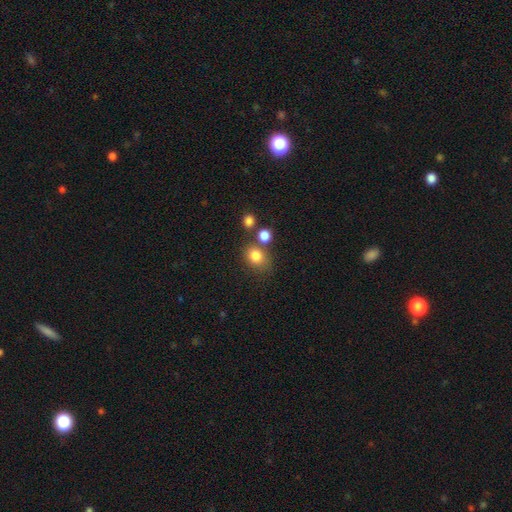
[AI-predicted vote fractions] Smooth or featured? Predicted: smooth (p=0.81). How rounded? Predicted: round (p=0.58). Merging? Predicted: none (p=0.62).